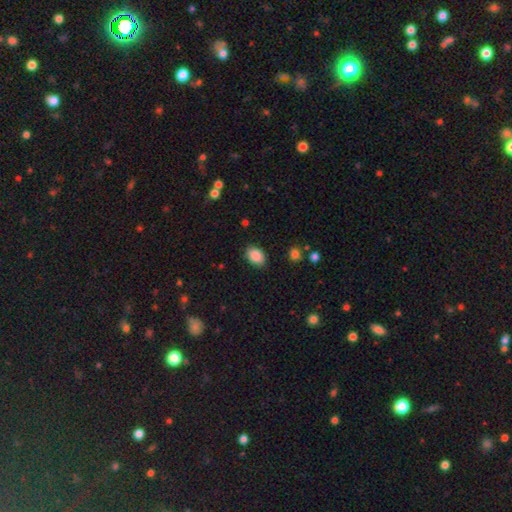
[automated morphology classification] The model was most divided on "how rounded": in between: 81%, round: 18%, cigar-shaped: 1%. More confident: smooth or featured — smooth (89%); merging — none (86%).